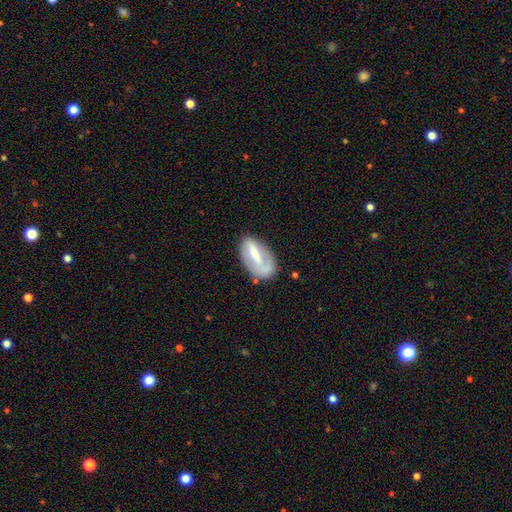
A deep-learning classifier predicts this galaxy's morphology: The model was most divided on "smooth or featured": featured or disk: 51%, smooth: 43%, star or artifact: 6%. More confident: edge-on disk — no (91%); merging — none (64%).